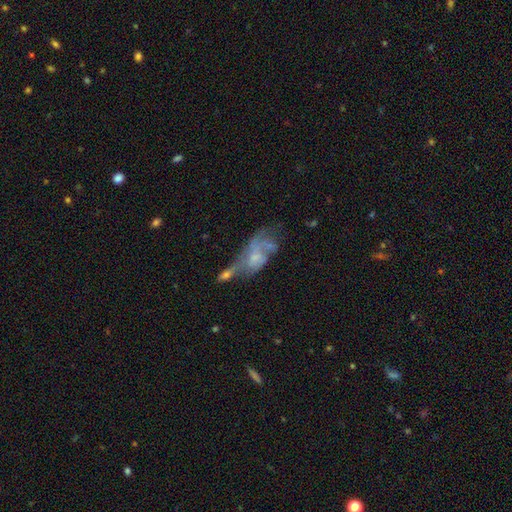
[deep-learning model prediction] Smooth or featured: featured or disk — 61% (smooth — 27%)
Edge-on disk: no — 93% (yes — 7%)
Bar: no — 79% (weak — 18%)
Spiral arms: no — 57% (yes — 43%)
Bulge size: small — 41% (none — 31%)
Merging: merger — 38% (major disturbance — 29%)